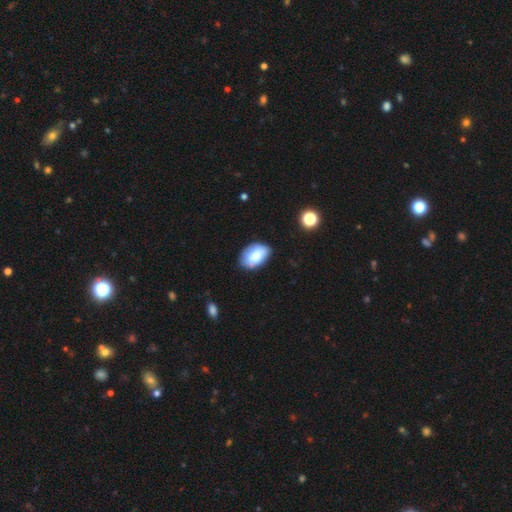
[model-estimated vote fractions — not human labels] This appears to be a smooth galaxy with no disk features (80%) that is in between round and cigar-shaped (92%). Merging: none (73%).